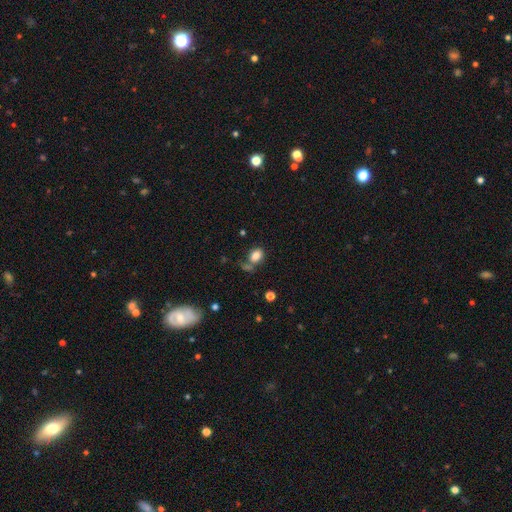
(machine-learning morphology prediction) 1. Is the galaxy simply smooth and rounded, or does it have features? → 82% smooth, 10% star or artifact, 7% featured or disk.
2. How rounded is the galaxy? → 71% in between, 28% round, 1% cigar-shaped.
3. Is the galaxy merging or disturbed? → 55% none, 20% merger, 17% minor disturbance, 9% major disturbance.